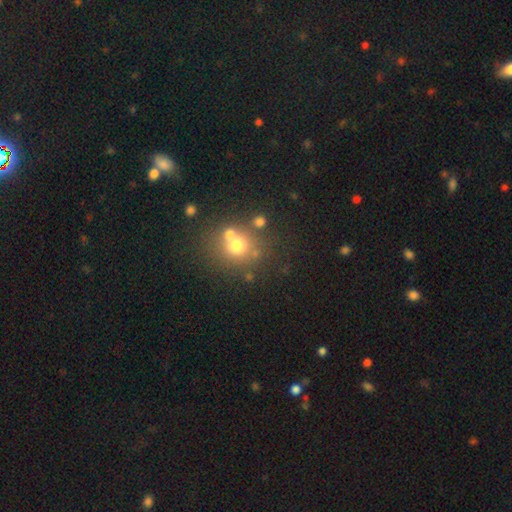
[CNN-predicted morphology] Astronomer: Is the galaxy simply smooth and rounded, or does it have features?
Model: smooth — 49% (runner-up: star or artifact, 39%).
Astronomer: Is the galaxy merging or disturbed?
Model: none — 70%.